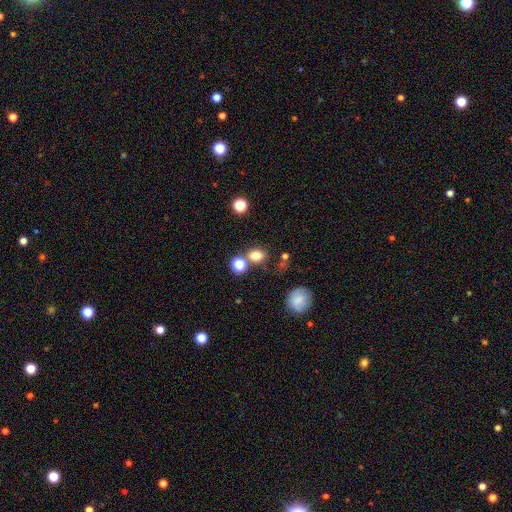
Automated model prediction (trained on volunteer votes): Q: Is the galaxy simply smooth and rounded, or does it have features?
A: smooth — 77%.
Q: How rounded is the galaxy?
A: in between — 50%.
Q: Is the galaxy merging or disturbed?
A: none — 67%.